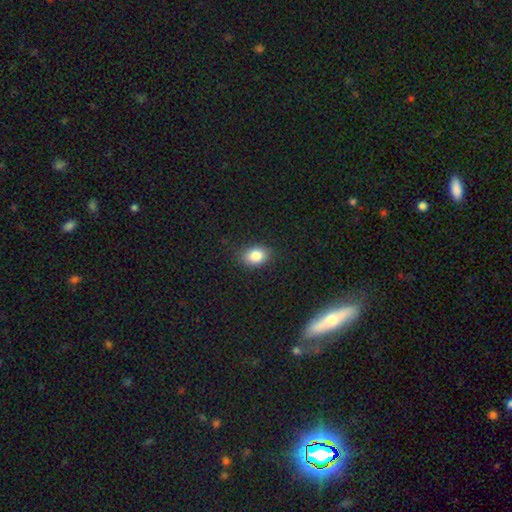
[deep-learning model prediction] This appears to be a smooth galaxy with no disk features (84%) that is in between round and cigar-shaped (69%). Merging: none (86%).